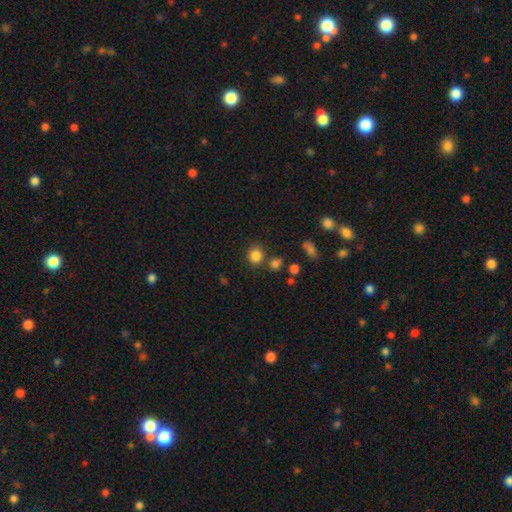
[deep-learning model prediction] Smooth or featured? smooth (84%)
How rounded? round (74%)
Merging? none (75%)